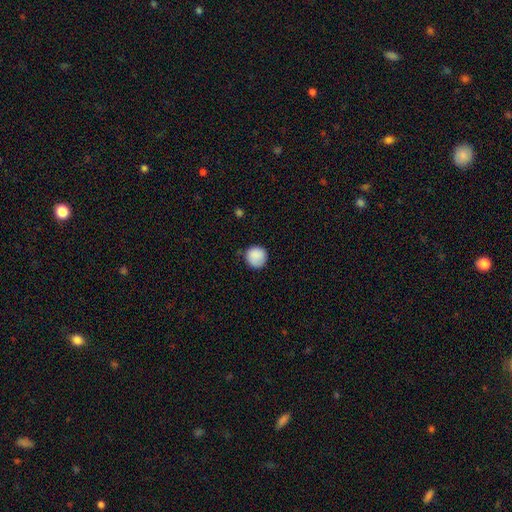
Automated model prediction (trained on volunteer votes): This appears to be a smooth galaxy with no disk features (88%) that is round (93%). Merging: none (81%).